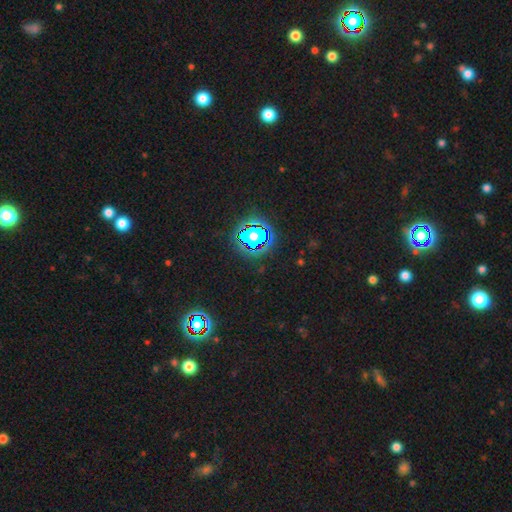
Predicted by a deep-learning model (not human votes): Smooth or featured?
  - star or artifact: 78% *
  - smooth: 15%
  - featured or disk: 7%